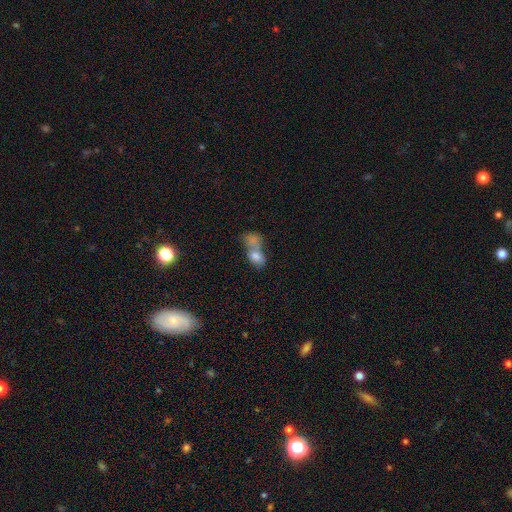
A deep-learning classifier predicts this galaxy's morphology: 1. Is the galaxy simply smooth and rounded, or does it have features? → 77% smooth, 14% featured or disk, 9% star or artifact.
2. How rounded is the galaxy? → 77% in between, 20% round, 3% cigar-shaped.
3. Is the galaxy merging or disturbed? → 67% merger, 18% none, 8% minor disturbance, 7% major disturbance.